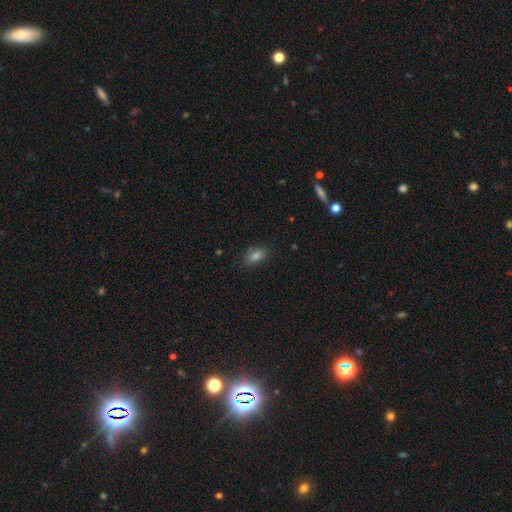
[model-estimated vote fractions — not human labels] Smooth or featured? smooth (80%)
How rounded? in between (86%)
Merging? none (84%)